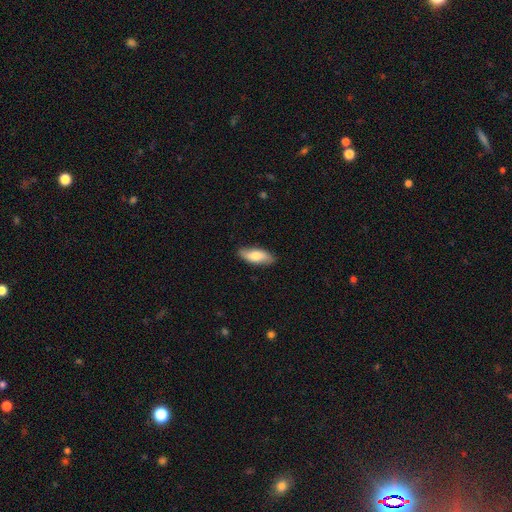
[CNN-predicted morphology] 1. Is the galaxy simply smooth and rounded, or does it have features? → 71% smooth, 24% featured or disk, 6% star or artifact.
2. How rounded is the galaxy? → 75% in between, 22% cigar-shaped, 2% round.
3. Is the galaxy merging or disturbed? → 85% none, 12% minor disturbance, 2% major disturbance, 1% merger.